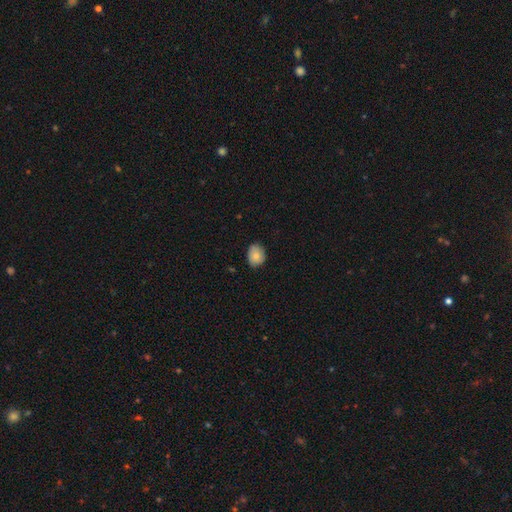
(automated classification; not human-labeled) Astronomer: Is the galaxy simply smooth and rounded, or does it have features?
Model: smooth — 84%.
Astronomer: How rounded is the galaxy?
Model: in between — 54% (runner-up: round, 45%).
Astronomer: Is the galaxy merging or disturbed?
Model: none — 76%.